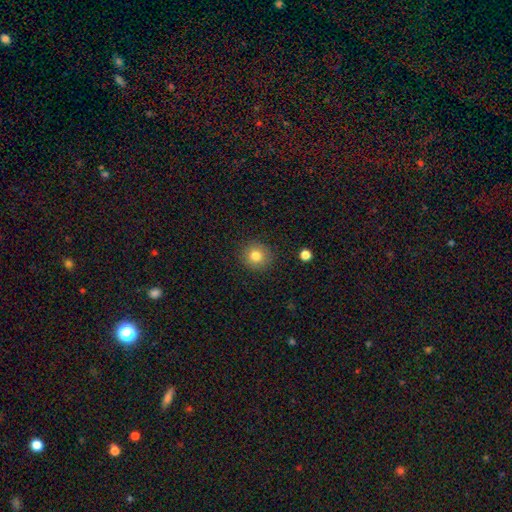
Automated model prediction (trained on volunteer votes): A smooth galaxy with no disk features (80%) that is round (91%). Merging: none (90%).